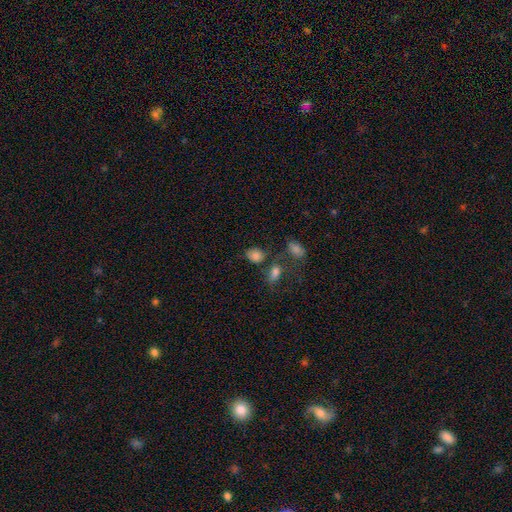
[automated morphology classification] This appears to be a smooth galaxy with no disk features (82%) that is round (61%). Merging: none (60%).